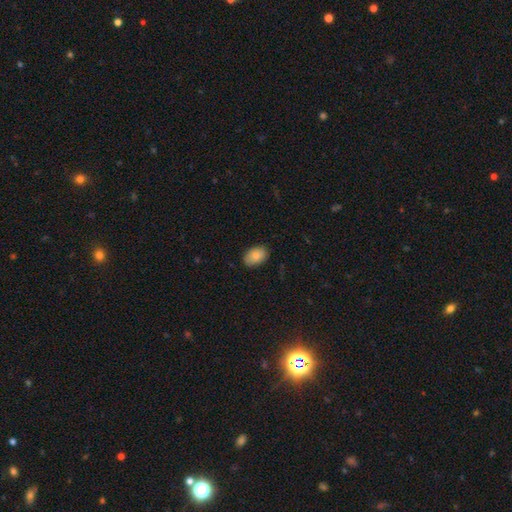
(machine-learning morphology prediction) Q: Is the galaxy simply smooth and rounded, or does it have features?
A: smooth — 84%.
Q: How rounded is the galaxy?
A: in between — 87%.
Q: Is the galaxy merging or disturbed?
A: none — 85%.